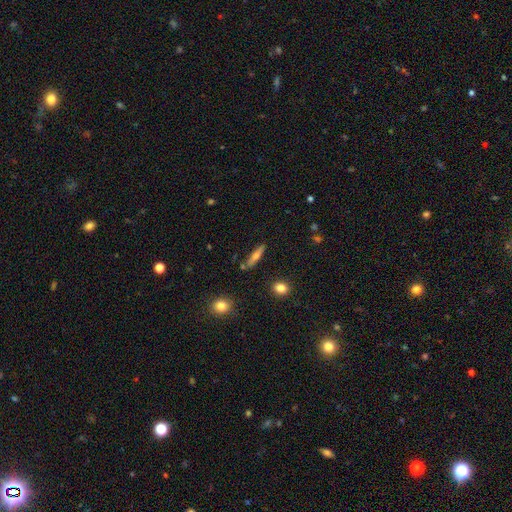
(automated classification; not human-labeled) The model was most divided on "smooth or featured": smooth: 48%, featured or disk: 44%, star or artifact: 9%. More confident: merging — none (84%).